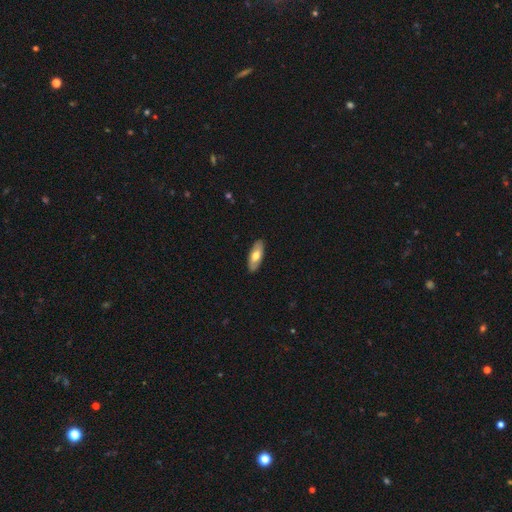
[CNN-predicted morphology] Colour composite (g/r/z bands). It shows a smooth galaxy with no disk features (66%) that is in between round and cigar-shaped (77%). Merging: none (89%).